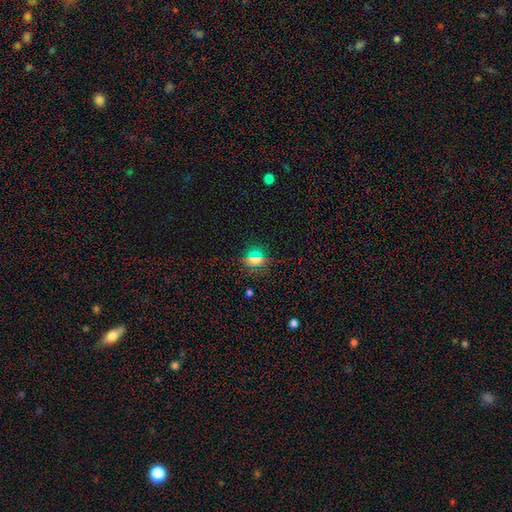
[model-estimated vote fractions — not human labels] Morphology: type=smooth (59%); roundness=round (75%); merging=none (86%).